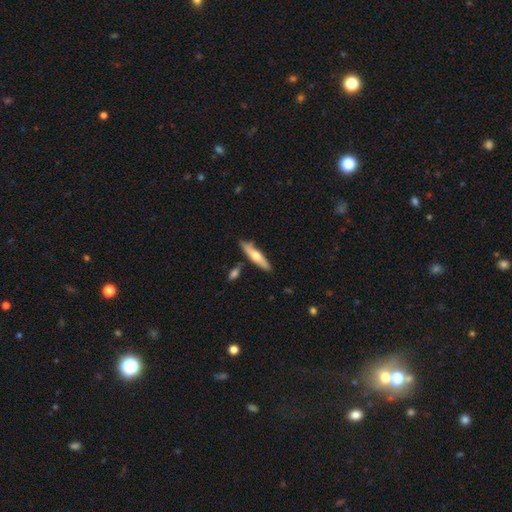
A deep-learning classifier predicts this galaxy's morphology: Q: Smooth or featured?
A: smooth (52%); runner-up: featured or disk (42%)
Q: How rounded?
A: cigar-shaped (75%); runner-up: in between (23%)
Q: Merging?
A: none (78%); runner-up: minor disturbance (13%)